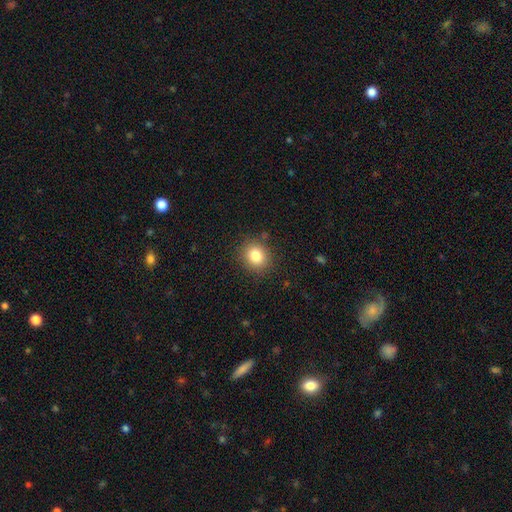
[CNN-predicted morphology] type=smooth (82%); roundness=round (76%); merging=none (87%).